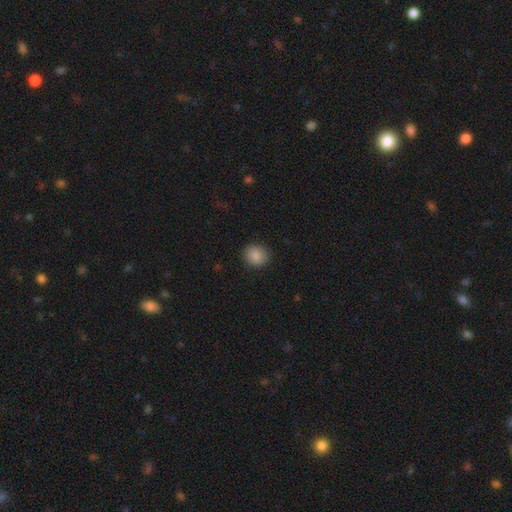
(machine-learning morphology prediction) smooth-or-featured: smooth: 87% | star or artifact: 9% | featured or disk: 4%
  how-rounded: round: 81% | in between: 18% | cigar-shaped: 1%
  merging: none: 90% | minor disturbance: 7% | major disturbance: 2% | merger: 1%